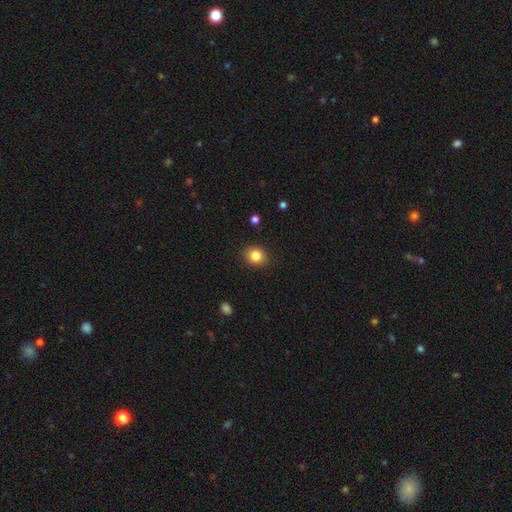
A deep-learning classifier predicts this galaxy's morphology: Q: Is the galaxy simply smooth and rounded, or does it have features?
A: smooth — 84%.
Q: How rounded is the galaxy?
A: round — 71%.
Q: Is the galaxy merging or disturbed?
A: none — 89%.